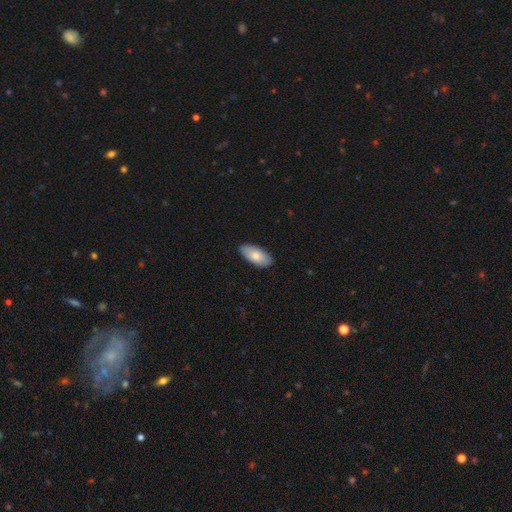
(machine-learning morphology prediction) smooth-or-featured: smooth: 78% | featured or disk: 16% | star or artifact: 6%
  how-rounded: in between: 92% | cigar-shaped: 6% | round: 2%
  merging: none: 88% | minor disturbance: 9% | major disturbance: 2% | merger: 1%